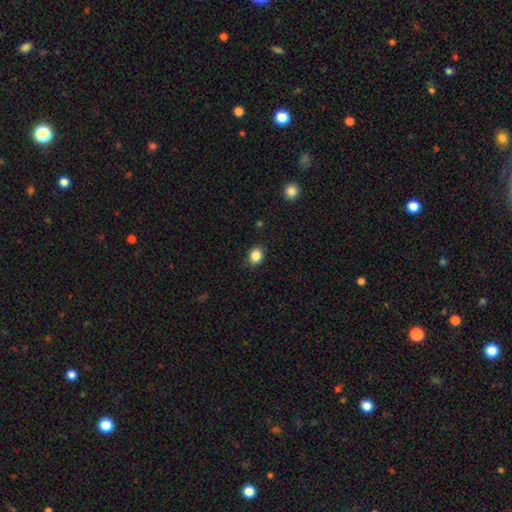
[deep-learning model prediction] smooth_or_featured: smooth (p=0.86) [alt: star or artifact p=0.10]
how_rounded: in between (p=0.57) [alt: round p=0.42]
merging: none (p=0.87) [alt: minor disturbance p=0.09]